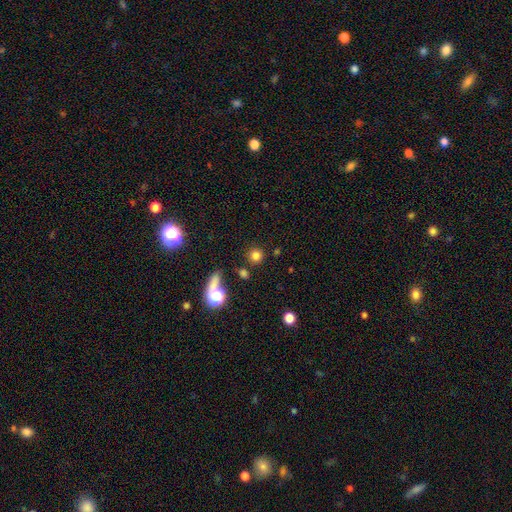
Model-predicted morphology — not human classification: Smooth or featured? smooth (77%)
How rounded? round (93%)
Merging? none (83%)